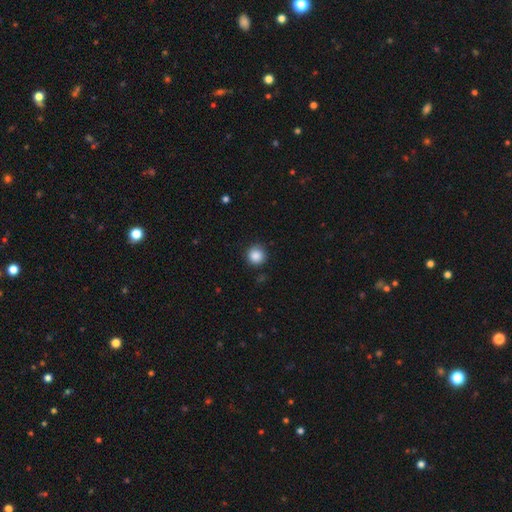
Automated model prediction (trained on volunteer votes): A smooth galaxy with no disk features (87%) that is round (94%).

Vote fractions:
- Smooth or featured? smooth: 87% / star or artifact: 10% / featured or disk: 3%
- How rounded? round: 94% / in between: 5% / cigar-shaped: 1%
- Merging? none: 86% / minor disturbance: 10% / major disturbance: 3% / merger: 1%